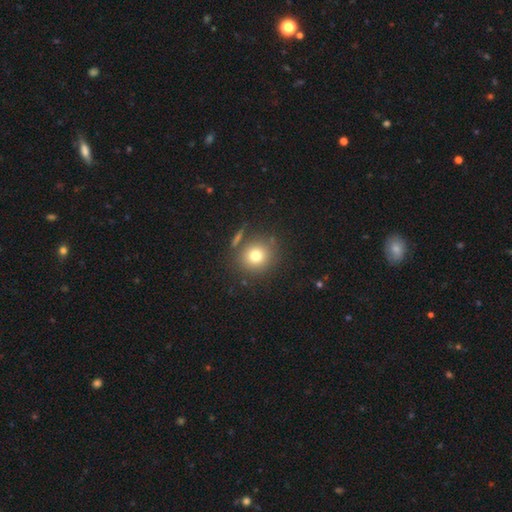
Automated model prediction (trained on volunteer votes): Morphology: type=smooth (76%); roundness=round (90%); merging=none (80%).